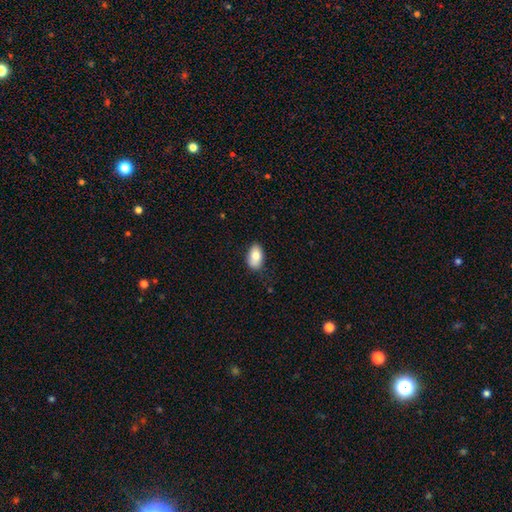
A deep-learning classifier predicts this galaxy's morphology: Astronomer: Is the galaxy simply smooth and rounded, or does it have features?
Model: smooth — 82%.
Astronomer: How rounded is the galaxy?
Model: in between — 92%.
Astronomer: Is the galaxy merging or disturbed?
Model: none — 80%.